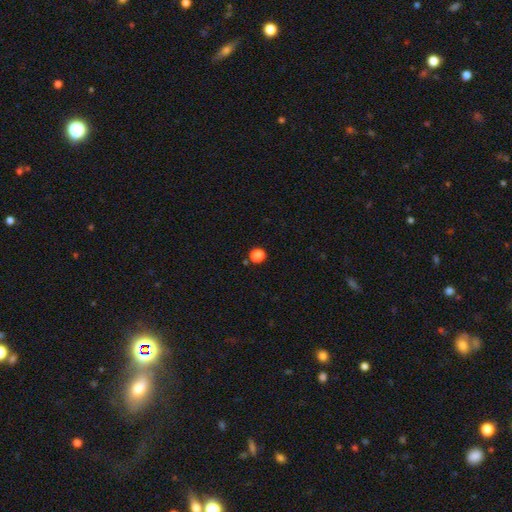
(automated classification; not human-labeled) A smooth galaxy with no disk features (79%) that is round (60%). Merging: none (81%).